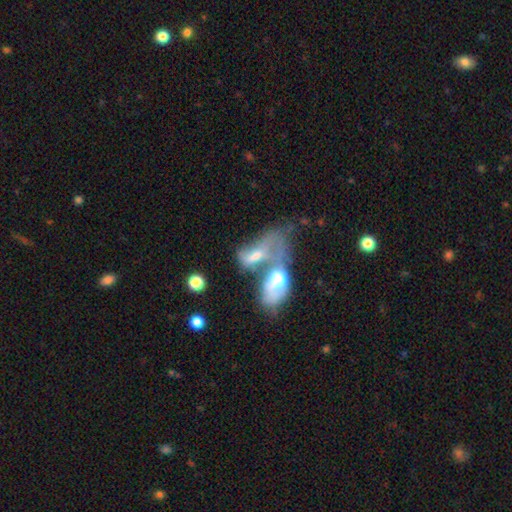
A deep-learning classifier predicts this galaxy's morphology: A featured or disk galaxy (47%). Merging: merger (73%).